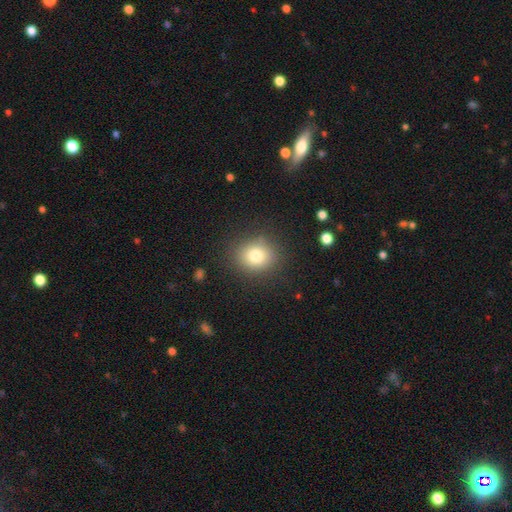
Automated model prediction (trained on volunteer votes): The model was most divided on "how rounded": round: 65%, in between: 34%, cigar-shaped: 1%. More confident: merging — none (86%); smooth or featured — smooth (79%).